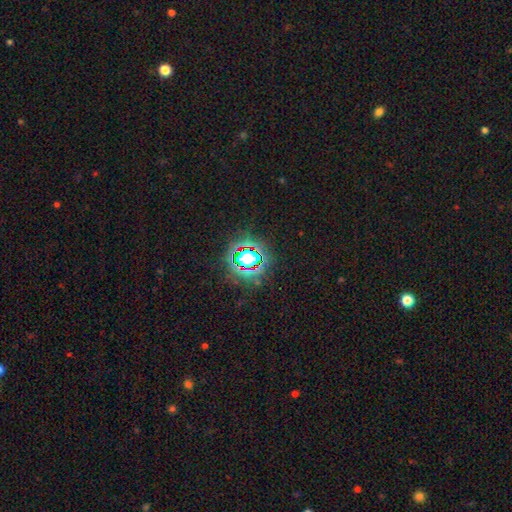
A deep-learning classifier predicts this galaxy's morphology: smooth-or-featured: star or artifact: 80% | smooth: 13% | featured or disk: 8%